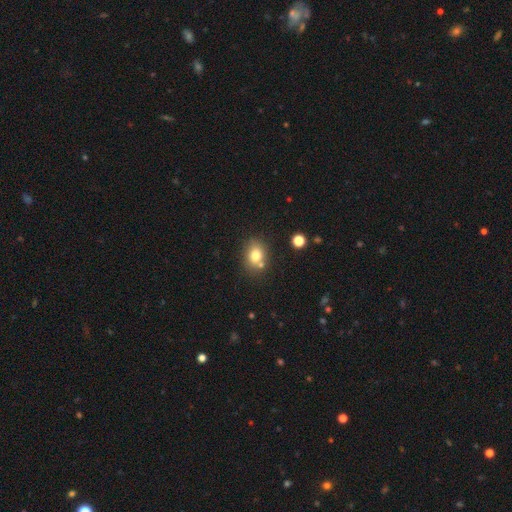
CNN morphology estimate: A smooth galaxy with no disk features (77%) that is in between round and cigar-shaped (50%). Merging: none (66%).